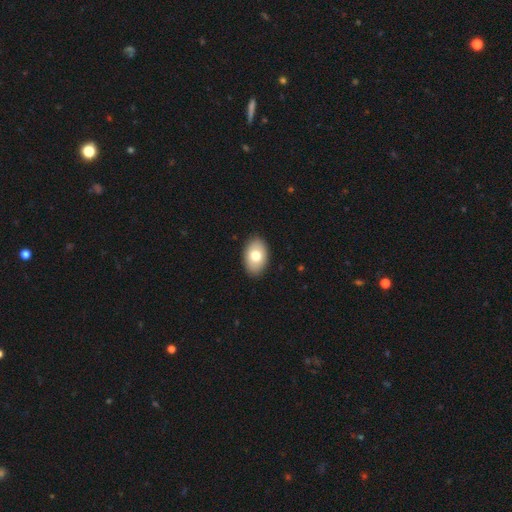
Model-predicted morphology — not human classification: Smooth or featured: smooth — 76% (featured or disk — 17%)
How rounded: in between — 89% (round — 9%)
Merging: none — 89% (minor disturbance — 8%)